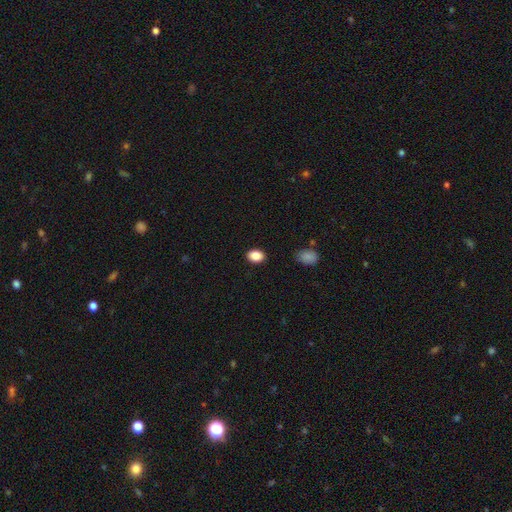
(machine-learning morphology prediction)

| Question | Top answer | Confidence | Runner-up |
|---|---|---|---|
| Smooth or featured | smooth | 87% | star or artifact (9%) |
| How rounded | in between | 71% | round (28%) |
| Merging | none | 89% | minor disturbance (8%) |